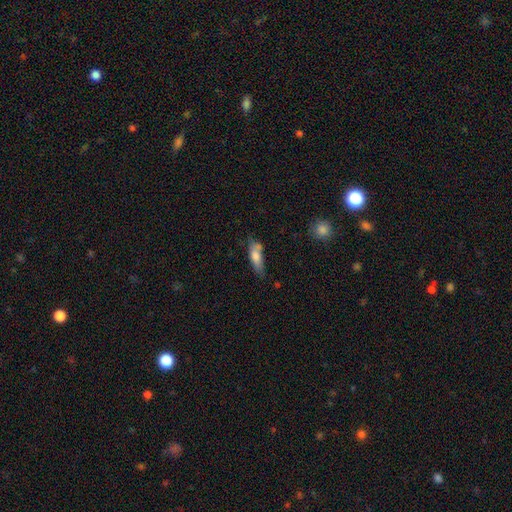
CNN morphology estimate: Overall: smooth (73%). How rounded: in between (53%; cigar-shaped 45%). Merging: none (51%; minor disturbance 28%).